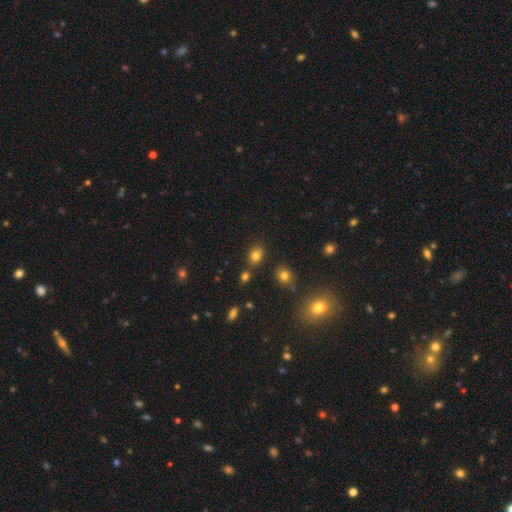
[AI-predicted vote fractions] This is likely a smooth galaxy (79%). How rounded: possibly in between (57%). Merging: likely none (73%).